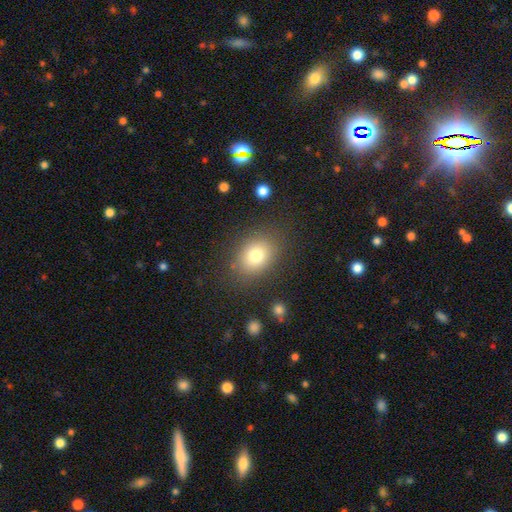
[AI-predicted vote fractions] Smooth or featured: smooth — 78% (star or artifact — 11%)
How rounded: in between — 61% (round — 38%)
Merging: none — 82% (minor disturbance — 11%)